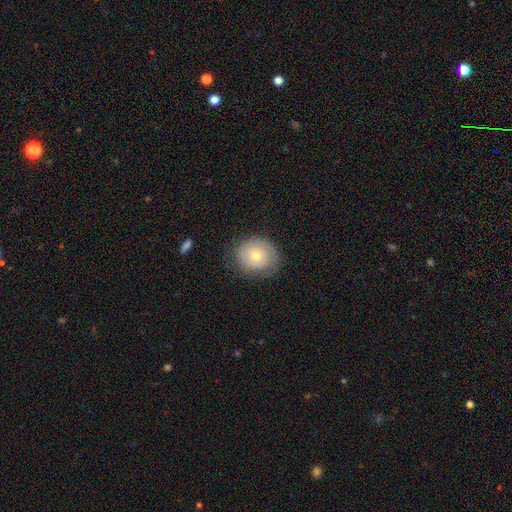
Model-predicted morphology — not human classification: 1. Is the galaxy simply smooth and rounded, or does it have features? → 47% smooth, 46% featured or disk, 7% star or artifact.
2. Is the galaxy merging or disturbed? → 76% none, 17% minor disturbance, 6% major disturbance, 1% merger.